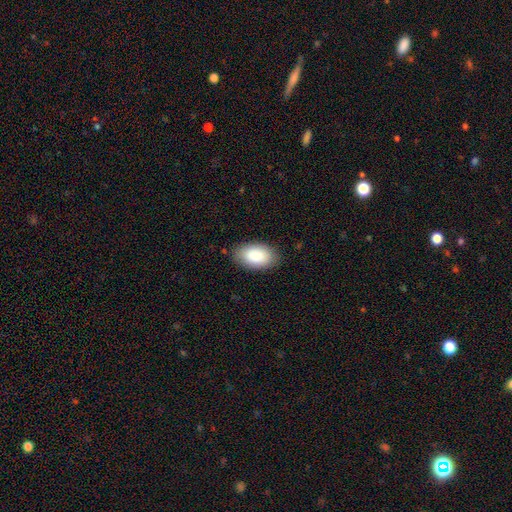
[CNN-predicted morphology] The model was most divided on "merging": none: 84%, minor disturbance: 12%, major disturbance: 3%, merger: 1%. More confident: how rounded — in between (94%); smooth or featured — smooth (88%).